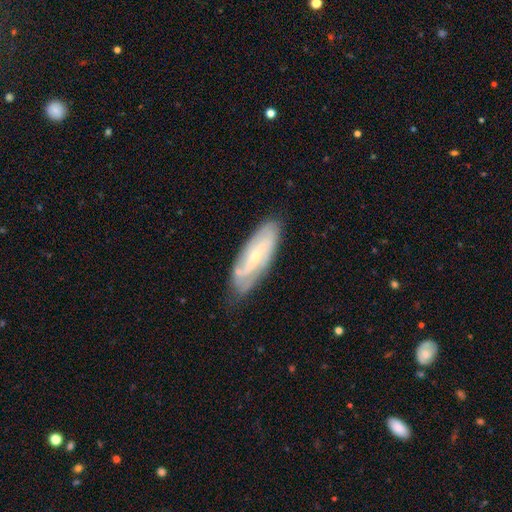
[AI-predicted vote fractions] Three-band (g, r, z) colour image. It shows a featured or disk galaxy (72%) with no bar (44%), spiral arms (81%) and a small central bulge (74%). Merging: none (73%).